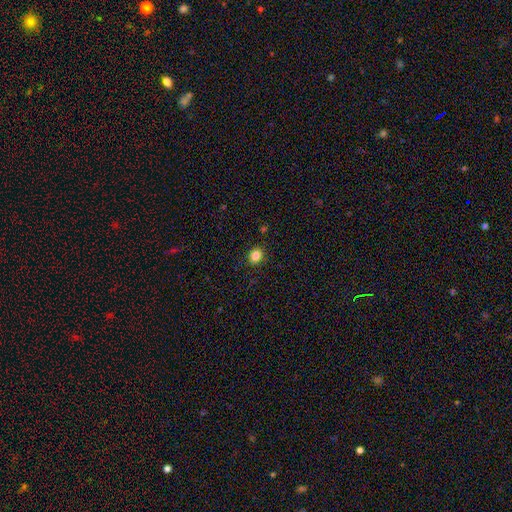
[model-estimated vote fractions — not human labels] Overall: smooth (84%). How rounded: round (70%). Merging: none (89%).